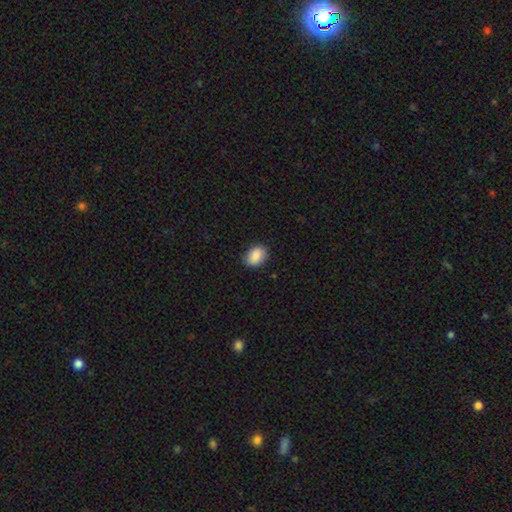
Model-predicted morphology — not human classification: smooth_or_featured: smooth (p=0.89) [alt: star or artifact p=0.07]
how_rounded: in between (p=0.76) [alt: round p=0.22]
merging: none (p=0.85) [alt: minor disturbance p=0.11]